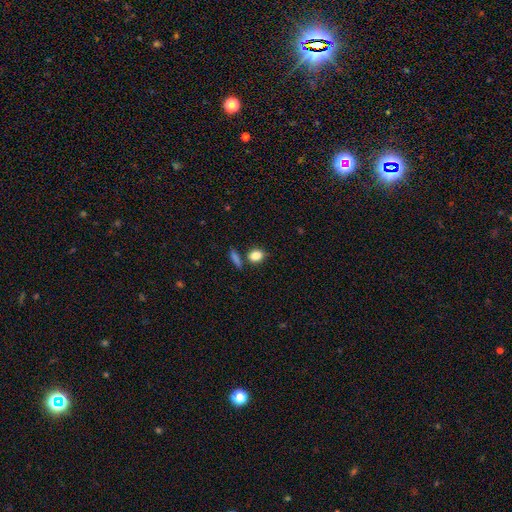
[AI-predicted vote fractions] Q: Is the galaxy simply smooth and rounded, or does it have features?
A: smooth — 83%.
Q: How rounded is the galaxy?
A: in between — 51%.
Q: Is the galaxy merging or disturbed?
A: none — 72%.